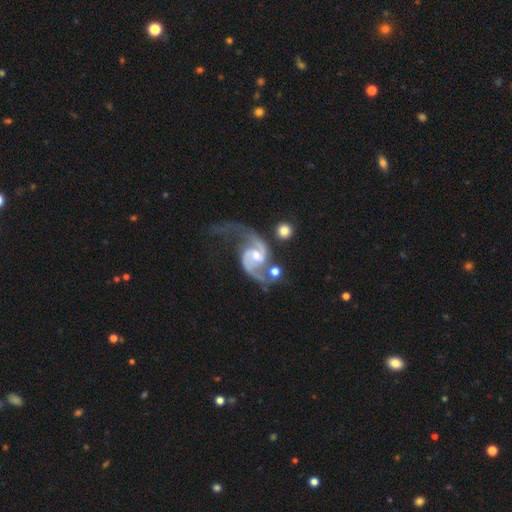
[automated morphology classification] Overall: featured or disk (92%). Edge-on disk: no (98%). Bar: weak (46%; no 38%). Spiral arms: yes (98%). Spiral arm count: 2 (93%). Spiral winding: loose (48%; medium 43%). Bulge size: moderate (54%; small 38%). Merging: none (45%; major disturbance 20%).